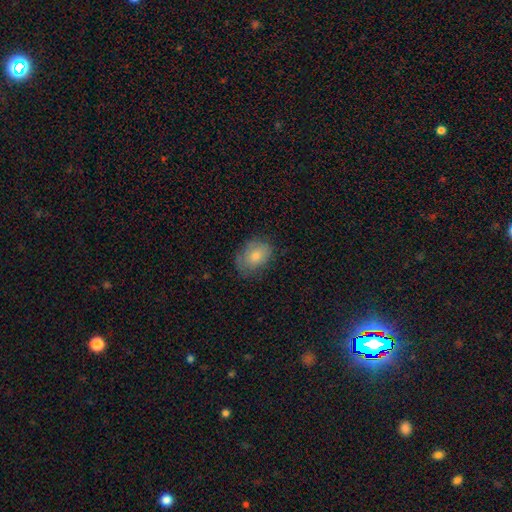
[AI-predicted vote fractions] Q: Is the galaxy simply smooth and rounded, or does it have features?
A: smooth — 74%.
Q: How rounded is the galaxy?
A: in between — 66%.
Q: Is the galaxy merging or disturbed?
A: none — 70%.